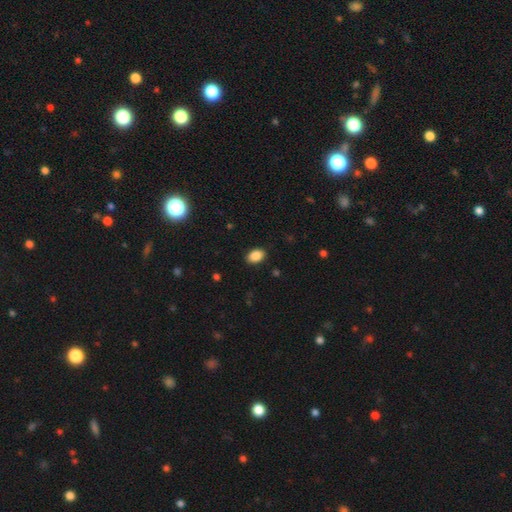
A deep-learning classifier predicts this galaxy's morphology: Smooth or featured? Predicted: smooth (p=0.88). How rounded? Predicted: in between (p=0.81). Merging? Predicted: none (p=0.89).